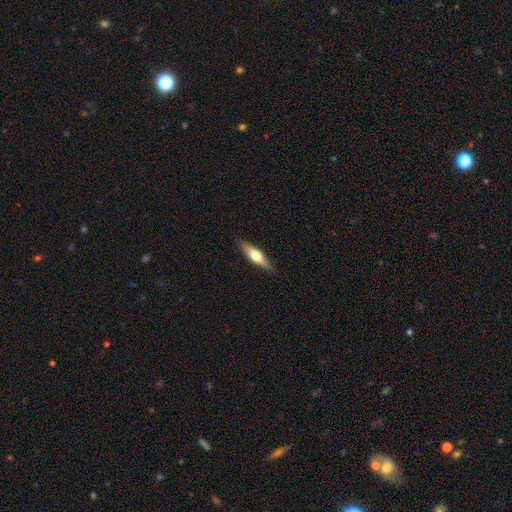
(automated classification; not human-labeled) A smooth galaxy with no disk features (49%). Merging: none (87%).